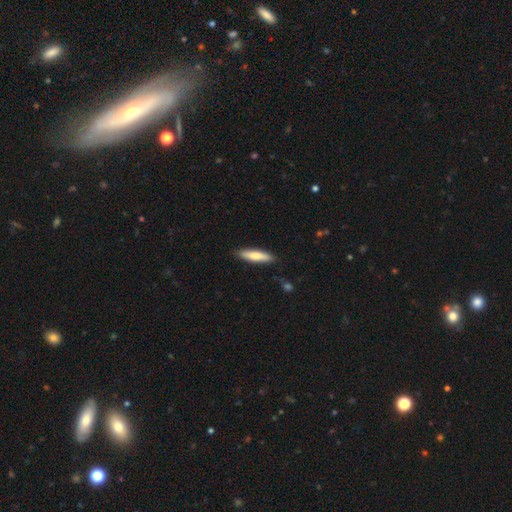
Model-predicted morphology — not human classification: Smooth or featured? smooth (74%)
How rounded? cigar-shaped (78%)
Merging? none (87%)